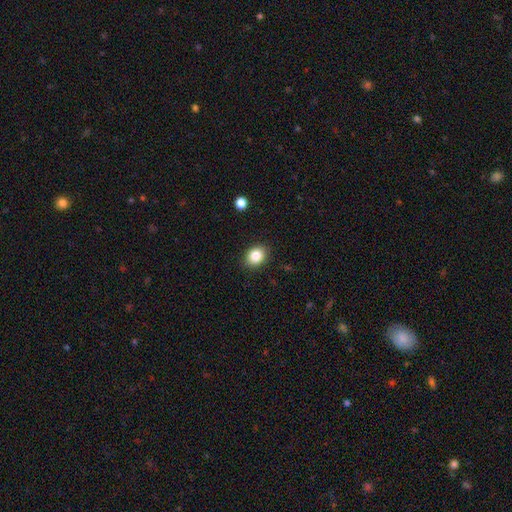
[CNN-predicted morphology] This appears to be a smooth galaxy with no disk features (85%) that is round (50%). Merging: none (88%).